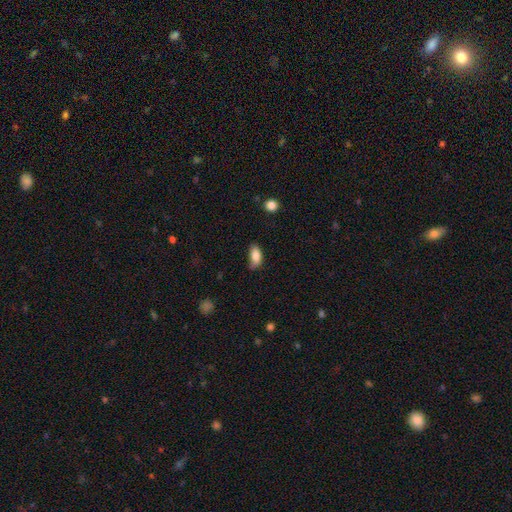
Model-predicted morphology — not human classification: Smooth or featured? Predicted: smooth (p=0.86). How rounded? Predicted: in between (p=0.90). Merging? Predicted: none (p=0.55).